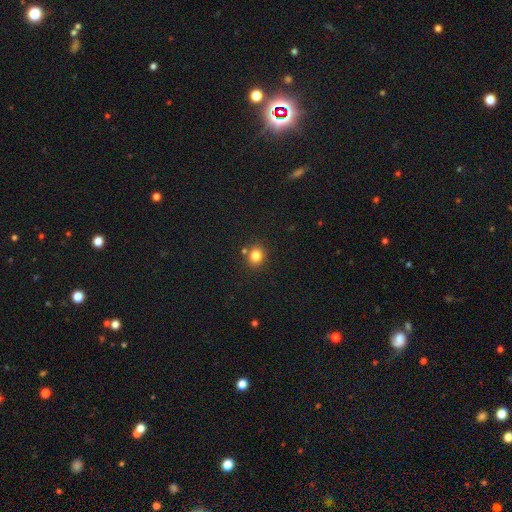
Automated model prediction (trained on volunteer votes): The model was most divided on "how rounded": round: 70%, in between: 30%, cigar-shaped: 1%. More confident: smooth or featured — smooth (82%); merging — none (79%).